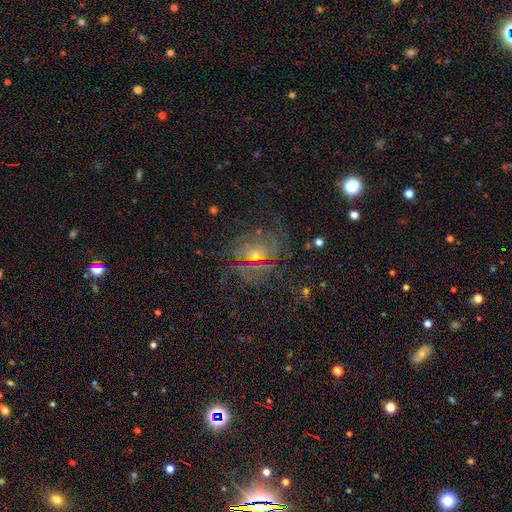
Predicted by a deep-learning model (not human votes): Overall: featured or disk (61%; star or artifact 23%). Edge-on disk: no (94%). Bar: weak (43%; no 41%). Spiral arms: yes (80%). Bulge size: small (58%; moderate 36%). Merging: none (66%).